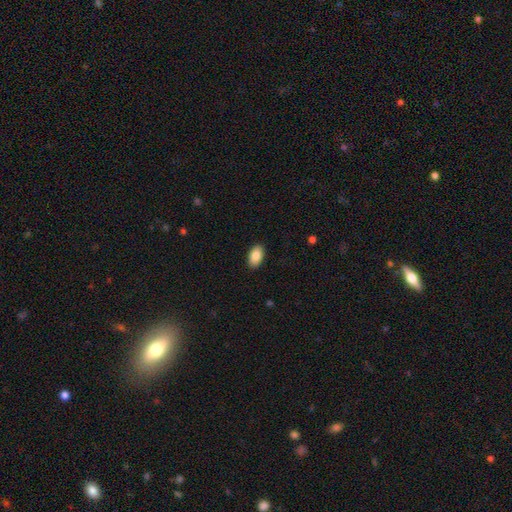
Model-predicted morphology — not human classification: Smooth or featured? smooth (88%)
How rounded? in between (94%)
Merging? none (90%)